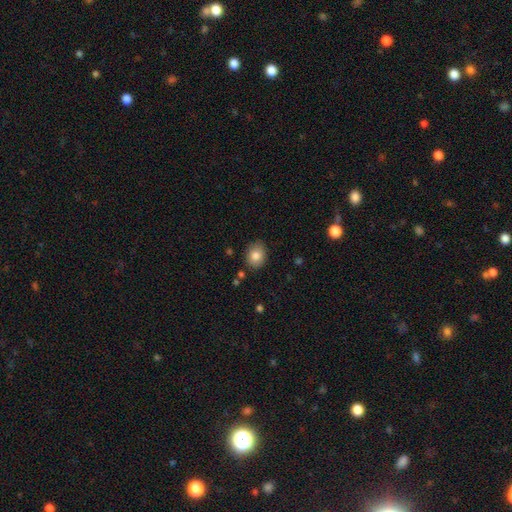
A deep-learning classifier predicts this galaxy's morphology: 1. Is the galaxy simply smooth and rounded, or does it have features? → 83% smooth, 9% star or artifact, 8% featured or disk.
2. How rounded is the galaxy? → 53% in between, 46% round, 1% cigar-shaped.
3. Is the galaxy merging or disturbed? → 83% none, 13% minor disturbance, 3% major disturbance, 2% merger.